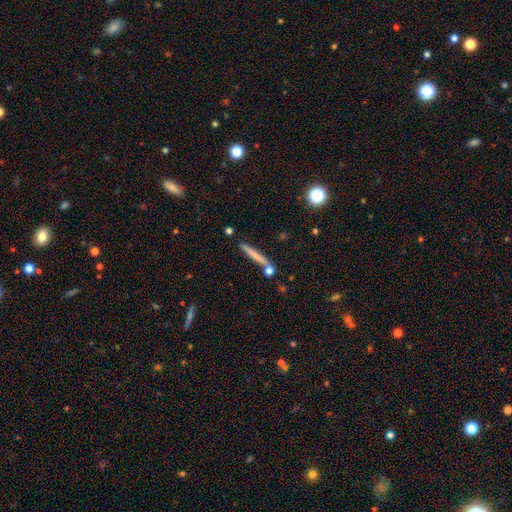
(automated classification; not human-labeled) This is likely a smooth galaxy (60%). How rounded: clearly cigar-shaped (95%). Merging: likely none (79%).